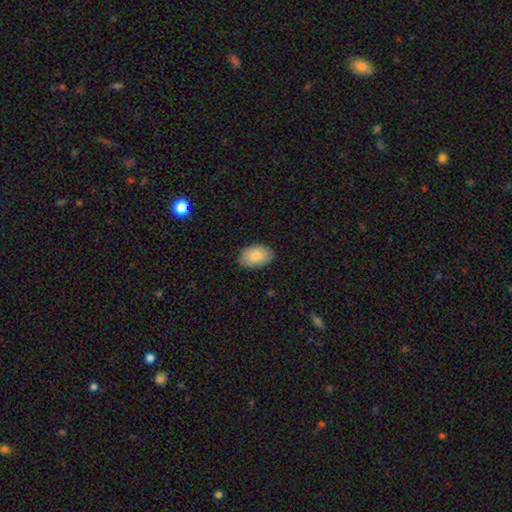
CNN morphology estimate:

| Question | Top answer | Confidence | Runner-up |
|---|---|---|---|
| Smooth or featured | smooth | 84% | featured or disk (9%) |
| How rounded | in between | 90% | round (8%) |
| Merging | none | 86% | minor disturbance (11%) |